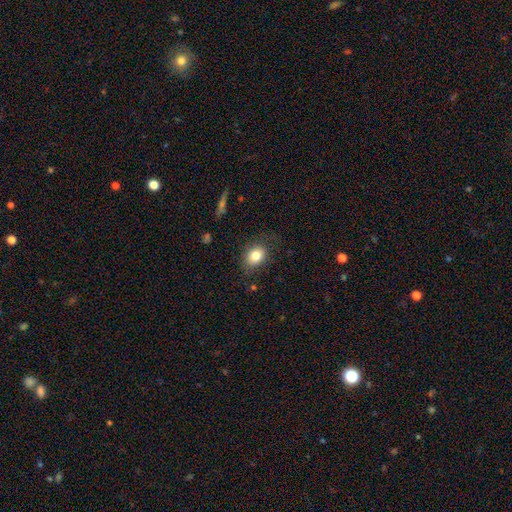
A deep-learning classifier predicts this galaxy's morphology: type=smooth (81%); roundness=in between (66%); merging=none (77%).